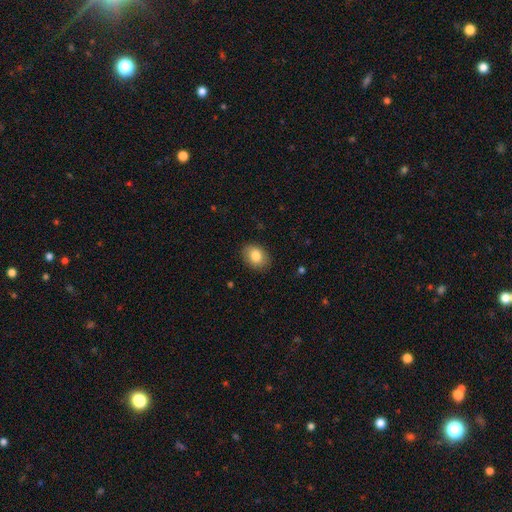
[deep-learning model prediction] A smooth galaxy with no disk features (84%) that is in between round and cigar-shaped (68%). Merging: none (88%).